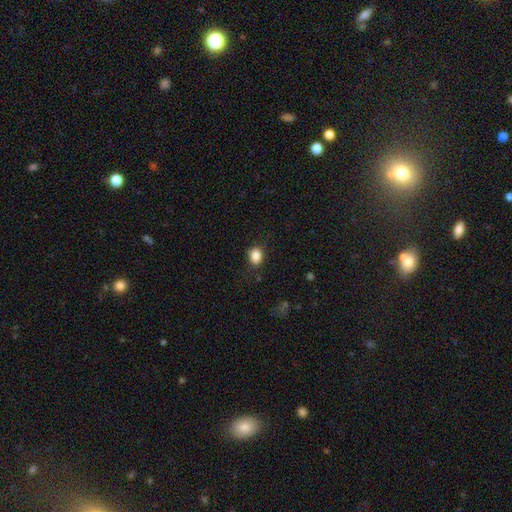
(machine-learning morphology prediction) type=smooth (86%); roundness=in between (59%); merging=none (79%).